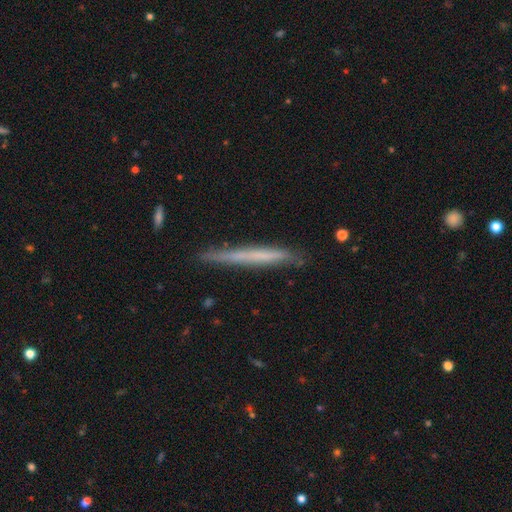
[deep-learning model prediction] This appears to be a smooth galaxy with no disk features (50%). Merging: none (84%).